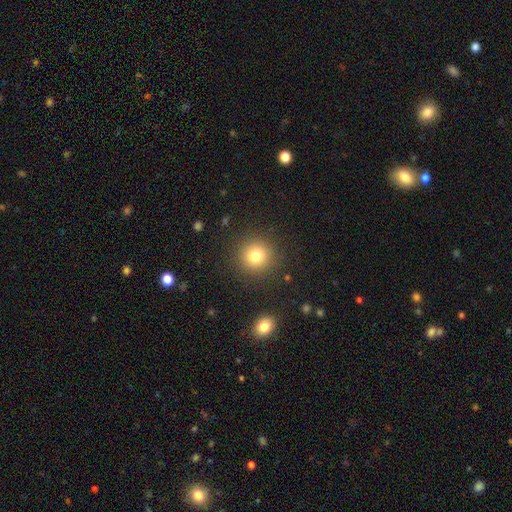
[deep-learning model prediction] Smooth or featured: smooth — 80% (star or artifact — 12%)
How rounded: round — 93% (in between — 6%)
Merging: none — 89% (minor disturbance — 6%)